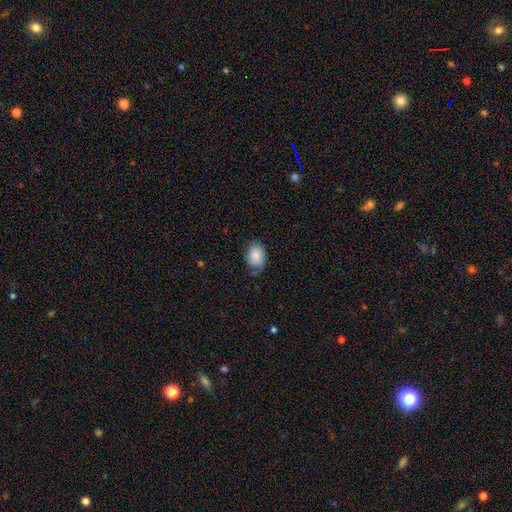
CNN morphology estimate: Overall: smooth (85%). How rounded: in between (74%). Merging: none (72%).